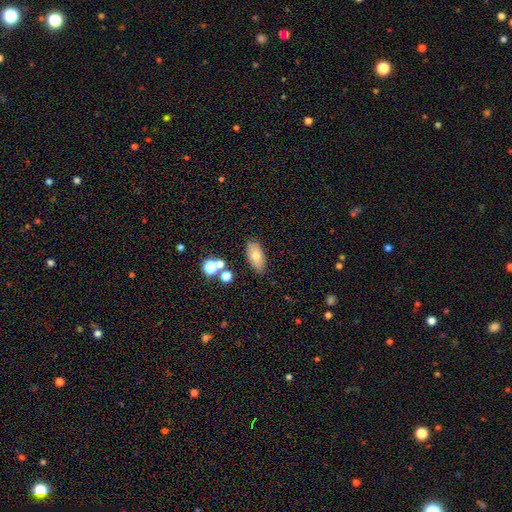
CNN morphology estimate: This is likely a smooth galaxy (71%). How rounded: clearly in between (89%). Merging: clearly none (82%).